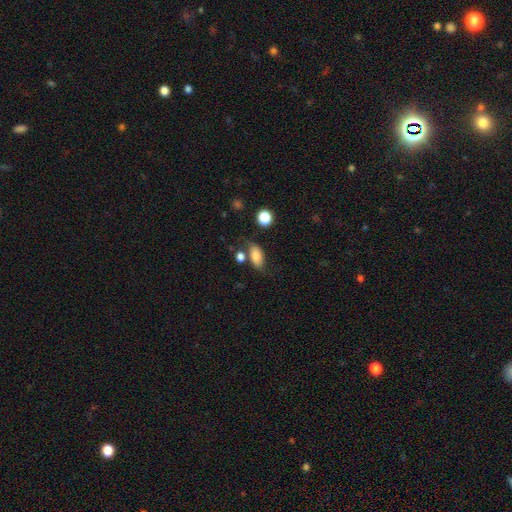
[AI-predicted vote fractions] Q: Smooth or featured?
A: smooth (82%); runner-up: featured or disk (9%)
Q: How rounded?
A: in between (89%); runner-up: round (8%)
Q: Merging?
A: none (63%); runner-up: minor disturbance (19%)